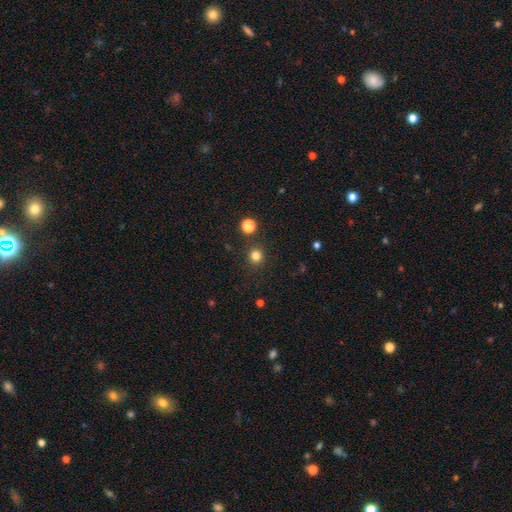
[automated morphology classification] A smooth galaxy with no disk features (80%) that is round (93%). Merging: none (89%).